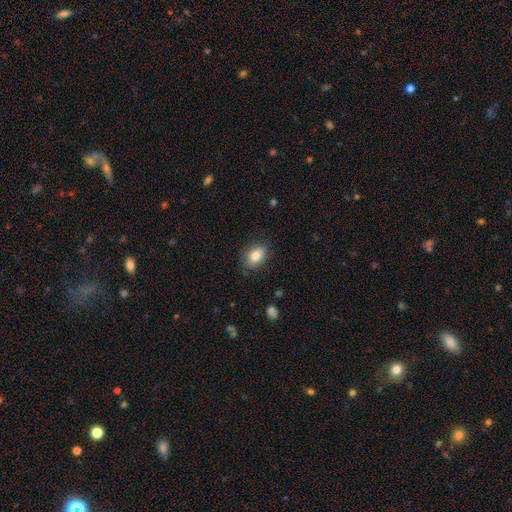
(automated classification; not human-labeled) Q: Smooth or featured?
A: smooth (83%); runner-up: featured or disk (9%)
Q: How rounded?
A: in between (78%); runner-up: round (20%)
Q: Merging?
A: none (84%); runner-up: minor disturbance (12%)